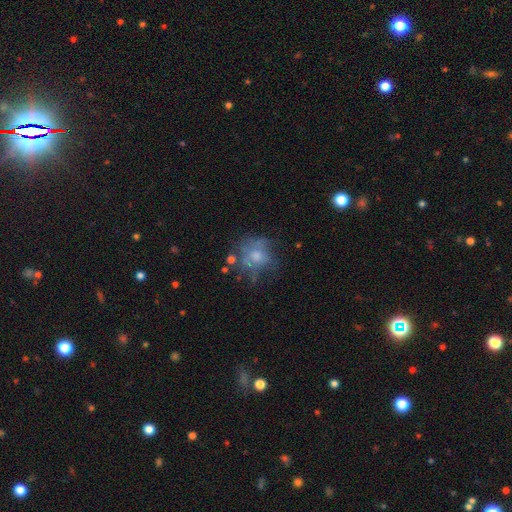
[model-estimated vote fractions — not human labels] A smooth galaxy with no disk features (46%).

Vote fractions:
- Smooth or featured? smooth: 46% / featured or disk: 42% / star or artifact: 12%
- Merging? none: 44% / major disturbance: 26% / minor disturbance: 24% / merger: 7%